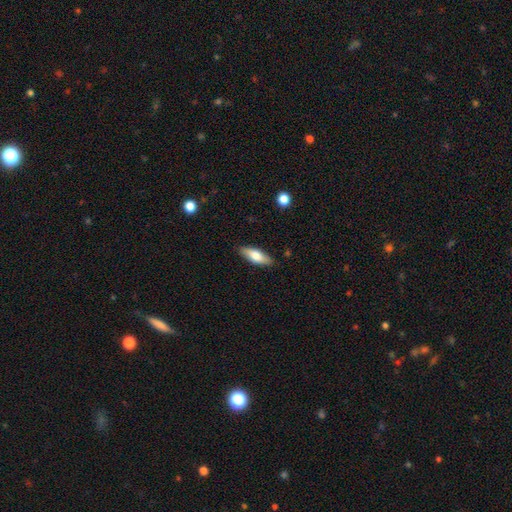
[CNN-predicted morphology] Q: Smooth or featured?
A: smooth (70%); runner-up: featured or disk (24%)
Q: How rounded?
A: in between (63%); runner-up: cigar-shaped (34%)
Q: Merging?
A: none (86%); runner-up: minor disturbance (11%)